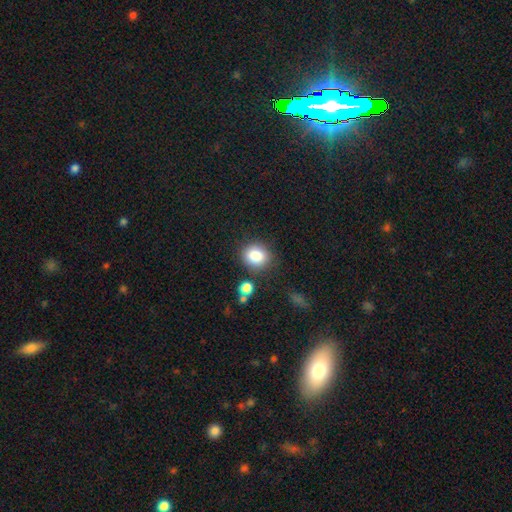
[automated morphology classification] This appears to be a smooth galaxy with no disk features (84%) that is round (75%). Merging: none (79%).